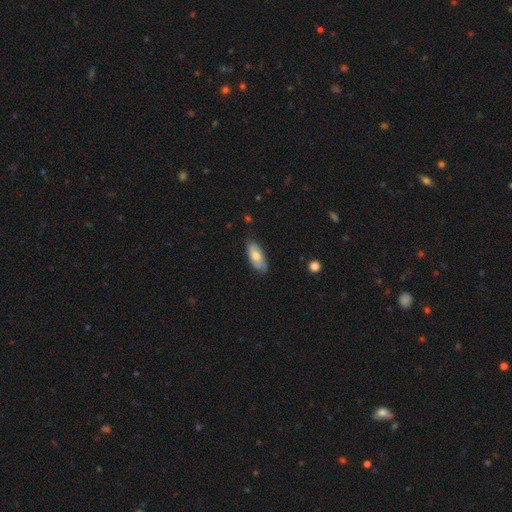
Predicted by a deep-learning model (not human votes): This appears to be a smooth galaxy with no disk features (69%) that is in between round and cigar-shaped (87%). Merging: none (73%).